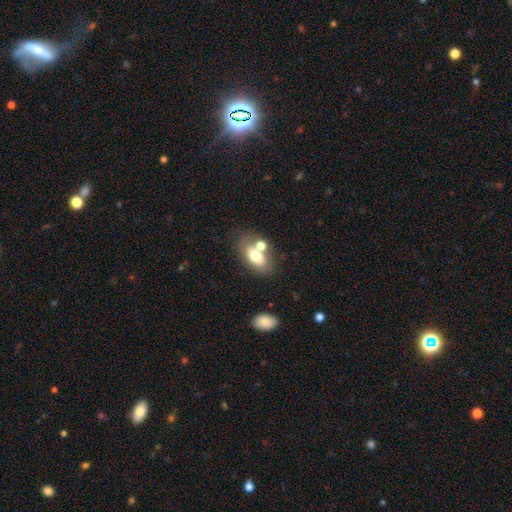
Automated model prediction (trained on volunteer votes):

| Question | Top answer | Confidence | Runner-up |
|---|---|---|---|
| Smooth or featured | smooth | 68% | featured or disk (23%) |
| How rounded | in between | 85% | round (12%) |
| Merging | none | 49% | merger (32%) |